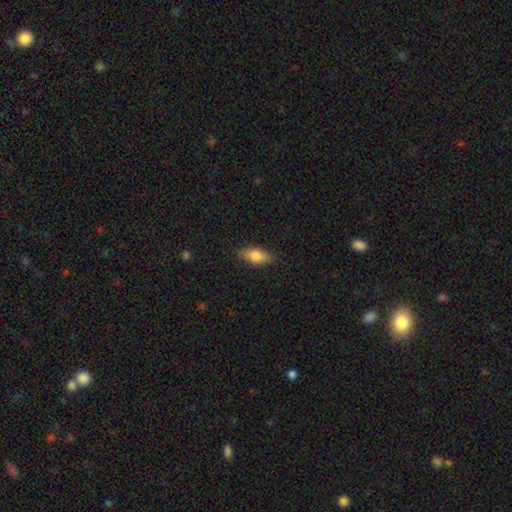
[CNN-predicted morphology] The model was most divided on "smooth or featured": smooth: 80%, featured or disk: 13%, star or artifact: 7%. More confident: how rounded — in between (86%); merging — none (85%).